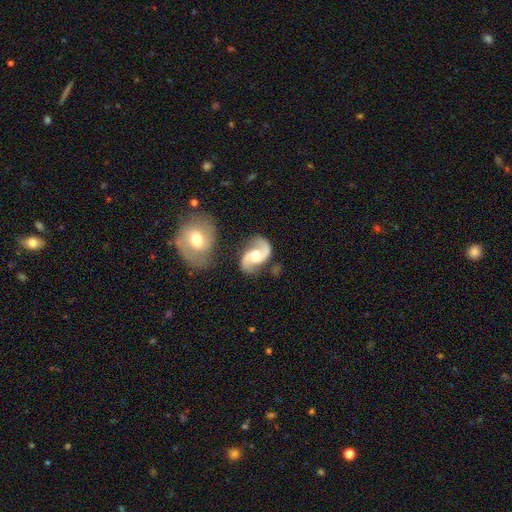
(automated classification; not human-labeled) smooth_or_featured: featured or disk (p=0.90) [alt: smooth p=0.06]
disk_edge_on: no (p=0.98) [alt: yes p=0.02]
bar: no (p=0.53) [alt: weak p=0.37]
has_spiral_arms: yes (p=0.97) [alt: no p=0.03]
spiral_winding: medium (p=0.50) [alt: loose p=0.38]
spiral_arm_count: 2 (p=0.94) [alt: can't tell p=0.02]
bulge_size: moderate (p=0.69) [alt: large p=0.15]
merging: none (p=0.72) [alt: minor disturbance p=0.15]